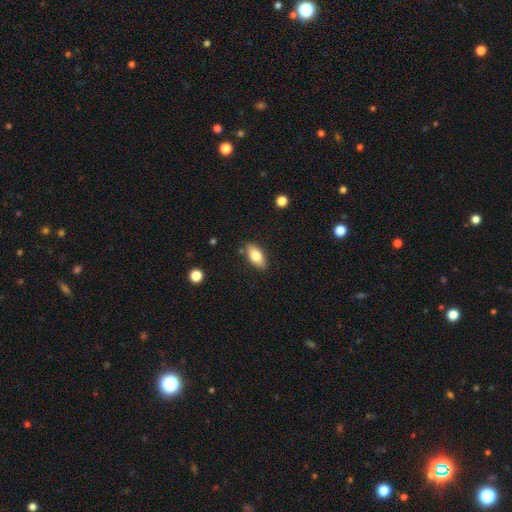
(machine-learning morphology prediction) type=smooth (80%); roundness=in between (88%); merging=none (84%).